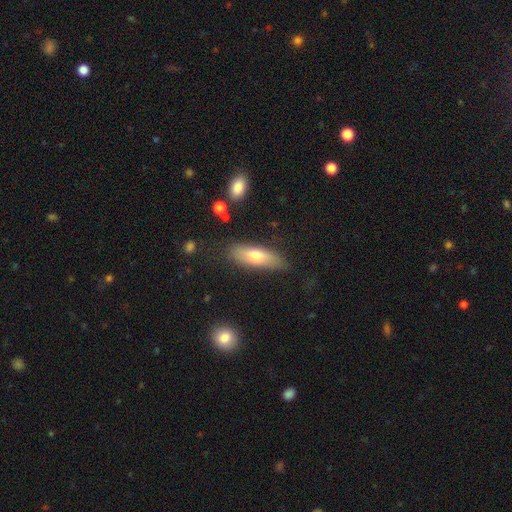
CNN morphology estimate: Smooth or featured?
  - smooth: 66% *
  - featured or disk: 27%
  - star or artifact: 7%
How rounded?
  - in between: 53% *
  - cigar-shaped: 45%
  - round: 2%
Merging?
  - none: 77% *
  - minor disturbance: 17%
  - major disturbance: 4%
  - merger: 2%